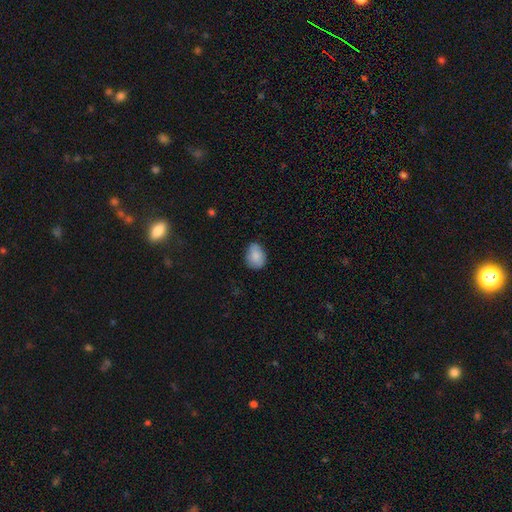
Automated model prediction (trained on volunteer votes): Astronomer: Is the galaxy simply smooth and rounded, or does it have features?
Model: smooth — 85%.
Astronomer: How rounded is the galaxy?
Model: in between — 61% (runner-up: round, 38%).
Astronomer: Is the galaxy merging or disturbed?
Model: none — 72%.